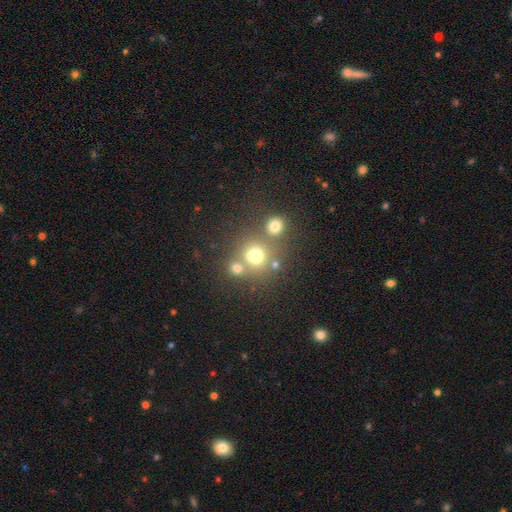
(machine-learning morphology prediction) A smooth galaxy with no disk features (67%) that is round (84%). Merging: none (54%).